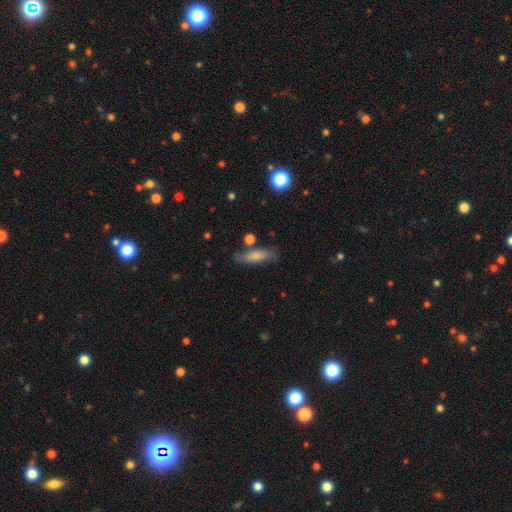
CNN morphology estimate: smooth 73%, featured or disk 20%, star or artifact 7%. Down the decision tree: how rounded — in between (50%); merging — none (72%).